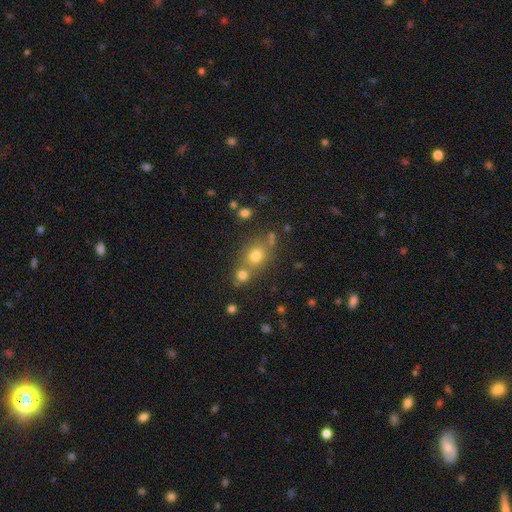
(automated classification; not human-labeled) A smooth galaxy with no disk features (71%) that is round (64%).

Vote fractions:
- Smooth or featured? smooth: 71% / star or artifact: 17% / featured or disk: 11%
- How rounded? round: 64% / in between: 35% / cigar-shaped: 1%
- Merging? none: 56% / merger: 29% / minor disturbance: 10% / major disturbance: 4%